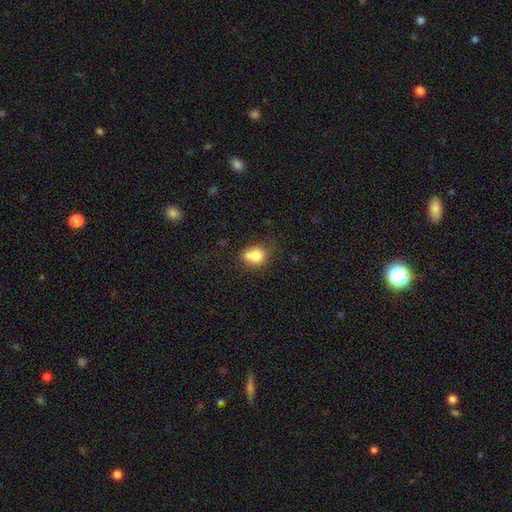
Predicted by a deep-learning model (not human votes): Smooth or featured? Predicted: smooth (p=0.75). How rounded? Predicted: round (p=0.63). Merging? Predicted: none (p=0.44).